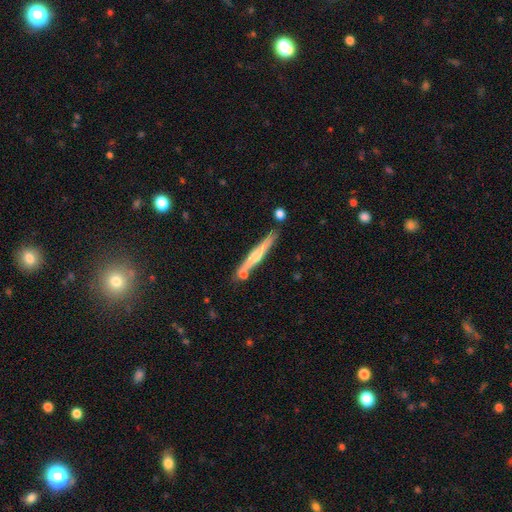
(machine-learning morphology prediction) Smooth or featured? Predicted: featured or disk (p=0.55). Edge-on disk? Predicted: yes (p=0.96). Edge-on bulge? Predicted: rounded (p=0.73). Merging? Predicted: none (p=0.75).